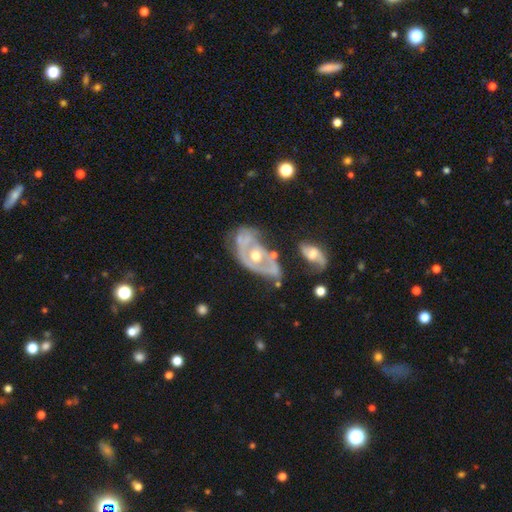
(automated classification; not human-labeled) Q: Smooth or featured?
A: featured or disk (74%); runner-up: smooth (19%)
Q: Edge-on disk?
A: no (94%); runner-up: yes (6%)
Q: Bar?
A: no (80%); runner-up: weak (15%)
Q: Spiral arms?
A: no (51%); runner-up: yes (49%)
Q: Bulge size?
A: moderate (71%); runner-up: small (20%)
Q: Merging?
A: none (29%); runner-up: major disturbance (26%)